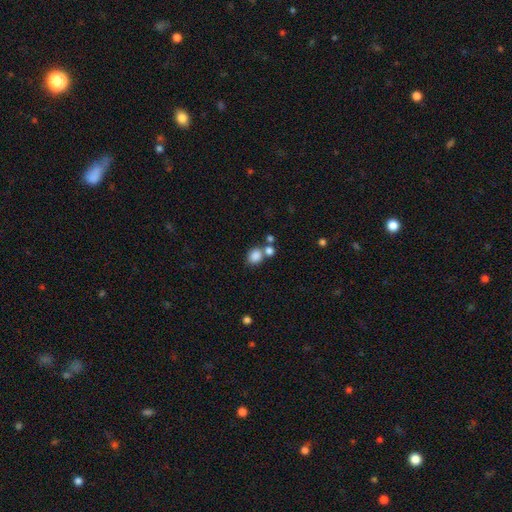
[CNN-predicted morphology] Q: Smooth or featured?
A: smooth (84%); runner-up: star or artifact (10%)
Q: How rounded?
A: round (55%); runner-up: in between (44%)
Q: Merging?
A: none (54%); runner-up: merger (30%)